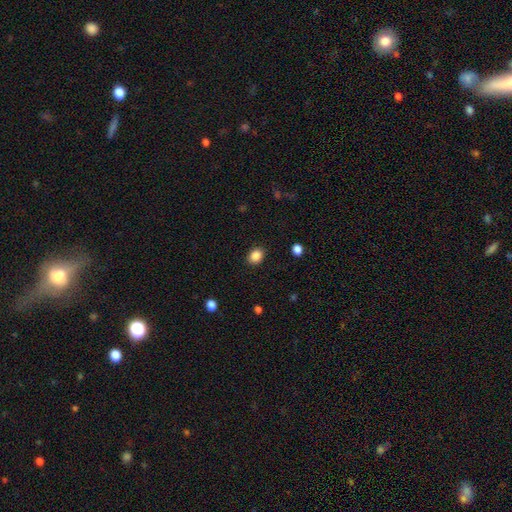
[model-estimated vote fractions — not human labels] This appears to be a smooth galaxy with no disk features (87%) that is in between round and cigar-shaped (55%). Merging: none (88%).